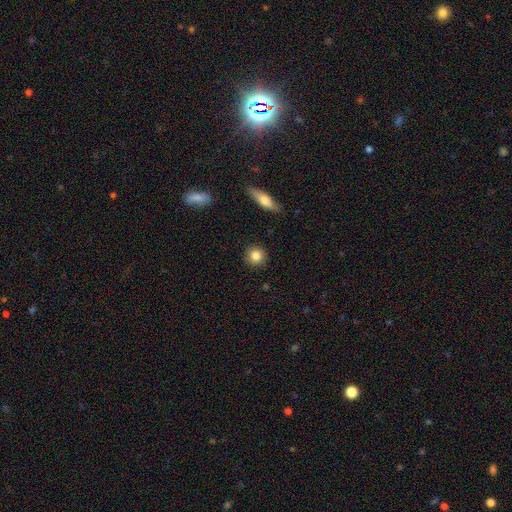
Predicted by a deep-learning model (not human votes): Q: Smooth or featured?
A: smooth (84%); runner-up: star or artifact (8%)
Q: How rounded?
A: round (91%); runner-up: in between (7%)
Q: Merging?
A: none (91%); runner-up: minor disturbance (6%)